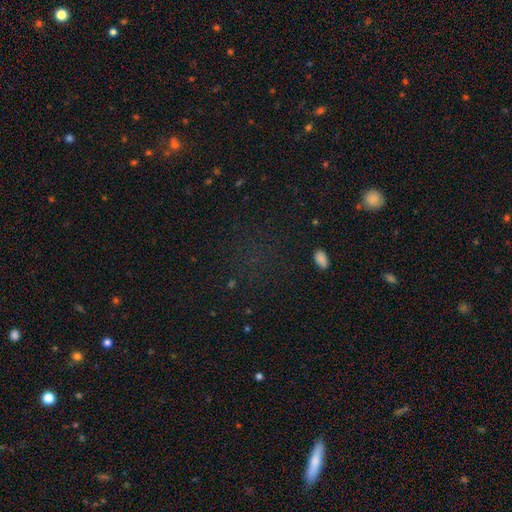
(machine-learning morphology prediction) smooth-or-featured: star or artifact: 58% | smooth: 31% | featured or disk: 12%